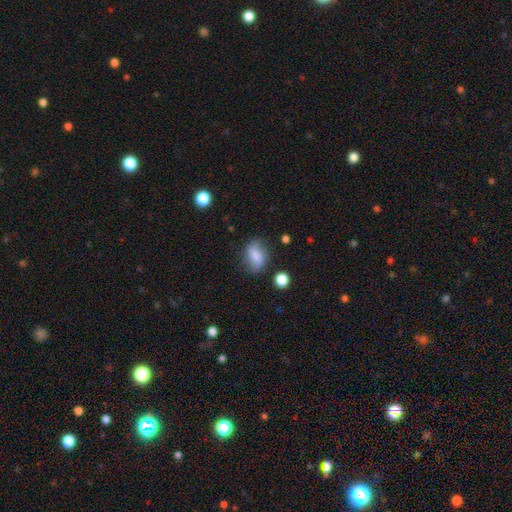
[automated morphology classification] The model was most divided on "merging": none: 67%, minor disturbance: 23%, major disturbance: 7%, merger: 3%. More confident: how rounded — in between (78%); smooth or featured — smooth (72%).